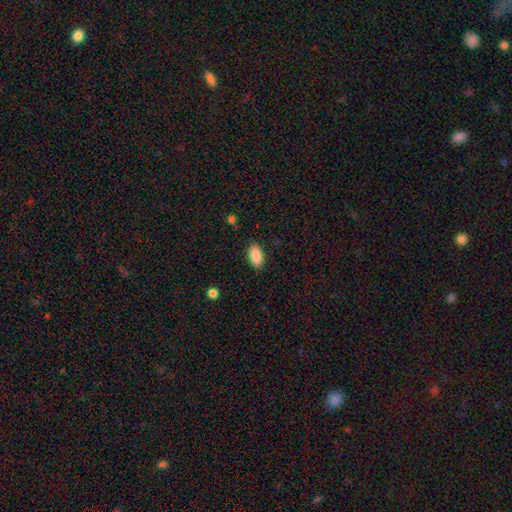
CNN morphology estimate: Smooth or featured? Predicted: smooth (p=0.88). How rounded? Predicted: in between (p=0.93). Merging? Predicted: none (p=0.87).